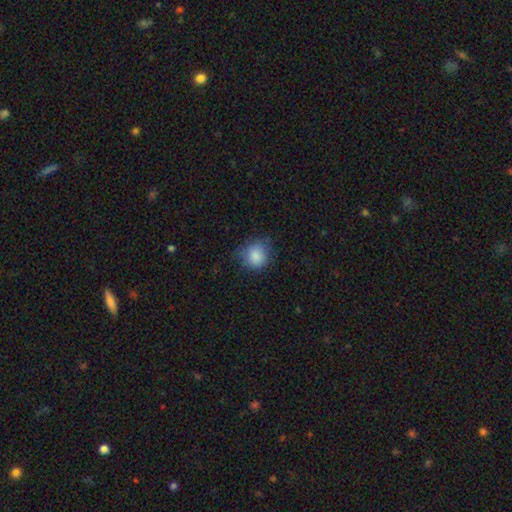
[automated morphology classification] This is clearly a smooth galaxy (86%). How rounded: clearly round (83%). Merging: likely none (70%).